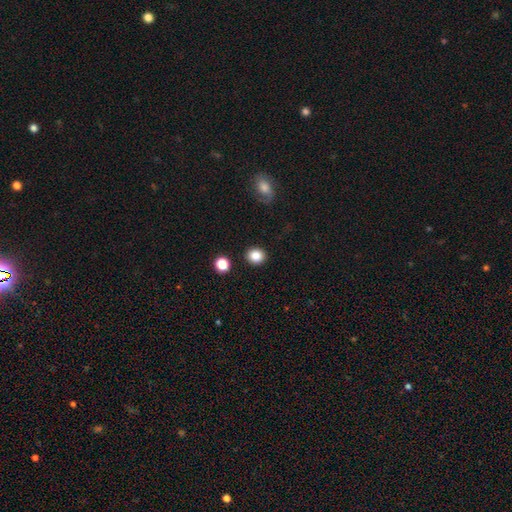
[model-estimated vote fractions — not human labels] This appears to be a smooth galaxy with no disk features (86%) that is round (78%). Merging: none (89%).